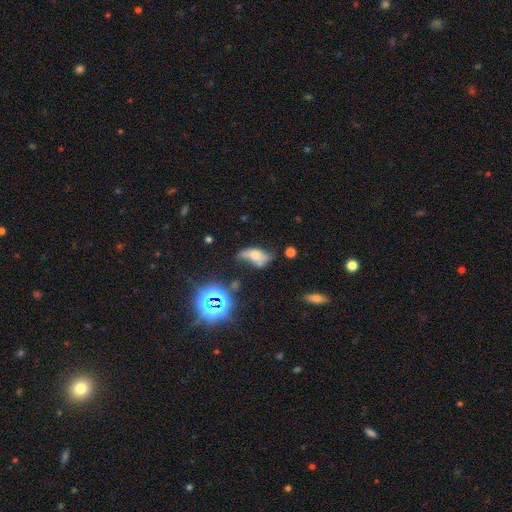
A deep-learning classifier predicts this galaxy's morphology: This appears to be a smooth galaxy with no disk features (45%). Merging: minor disturbance (31%).